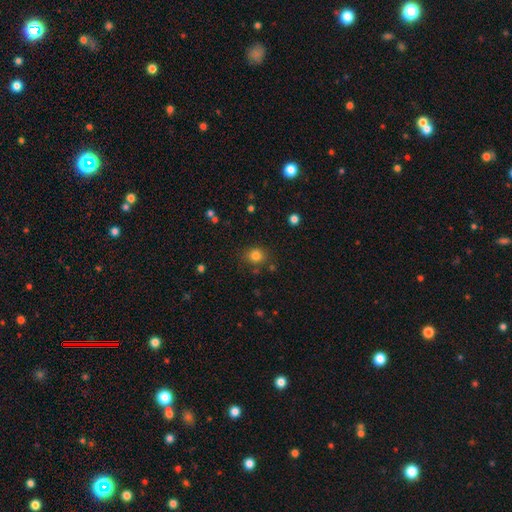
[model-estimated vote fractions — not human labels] Q: Smooth or featured?
A: smooth (81%); runner-up: star or artifact (13%)
Q: How rounded?
A: round (77%); runner-up: in between (22%)
Q: Merging?
A: none (81%); runner-up: minor disturbance (11%)